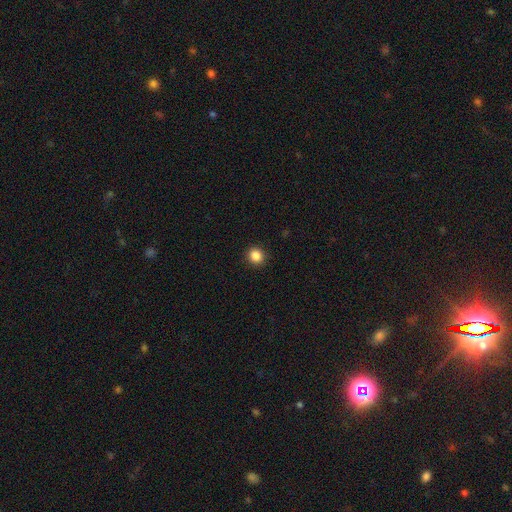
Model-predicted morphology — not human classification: Q: Smooth or featured?
A: smooth (87%); runner-up: star or artifact (10%)
Q: How rounded?
A: round (87%); runner-up: in between (12%)
Q: Merging?
A: none (92%); runner-up: minor disturbance (5%)